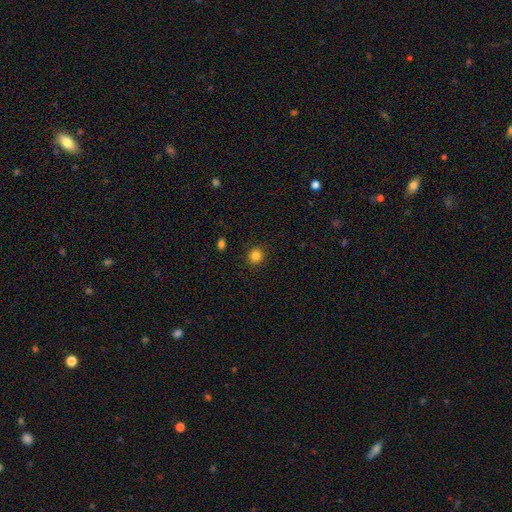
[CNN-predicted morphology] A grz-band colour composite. It shows a smooth galaxy with no disk features (84%) that is round (88%). Merging: none (90%).